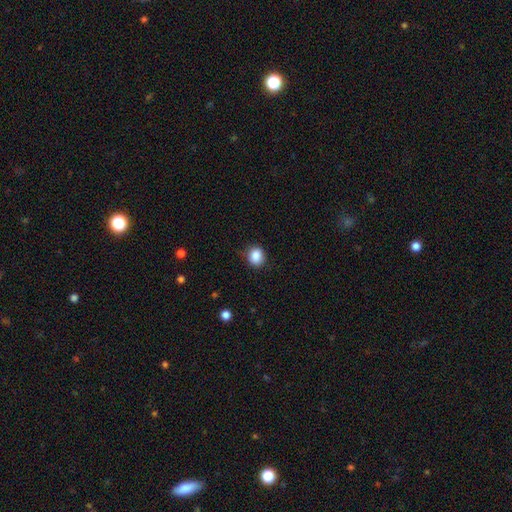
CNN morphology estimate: type=smooth (87%); roundness=round (71%); merging=none (83%).